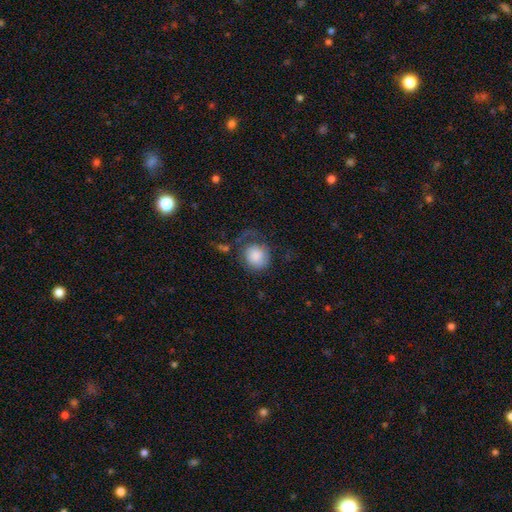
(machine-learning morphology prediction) smooth 74%, featured or disk 19%, star or artifact 7%. Down the decision tree: how rounded — round (78%); merging — none (41%).